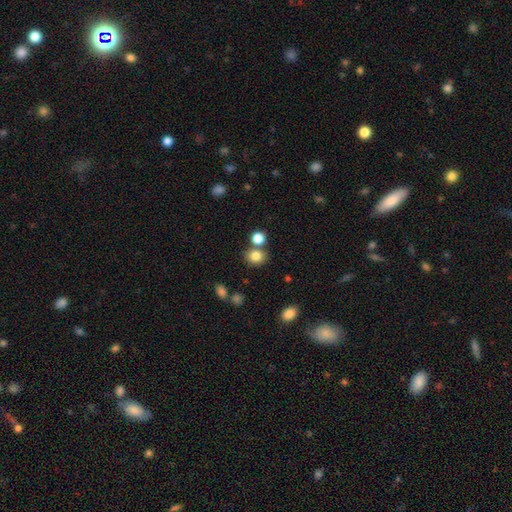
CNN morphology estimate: A smooth galaxy with no disk features (82%) that is round (67%). Merging: none (68%).